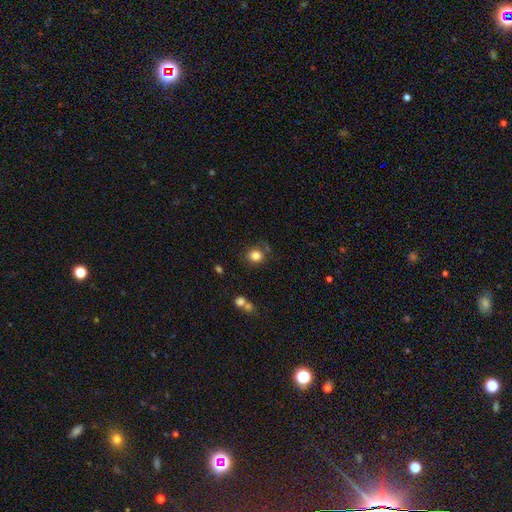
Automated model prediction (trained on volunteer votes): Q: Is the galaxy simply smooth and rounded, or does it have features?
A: smooth — 81%.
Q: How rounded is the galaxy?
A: round — 81%.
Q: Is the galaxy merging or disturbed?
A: none — 72%.